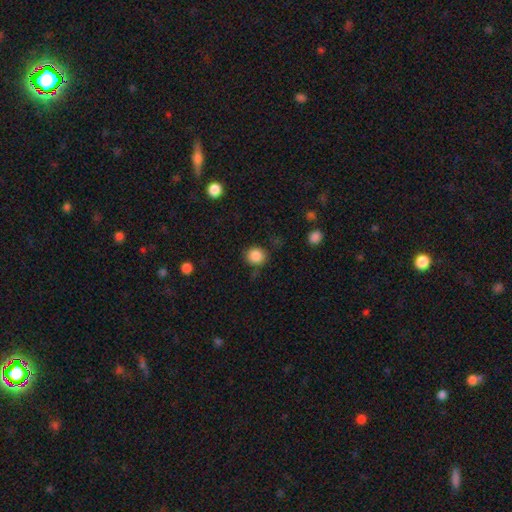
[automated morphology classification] Smooth or featured: smooth — 86% (star or artifact — 10%)
How rounded: round — 86% (in between — 13%)
Merging: none — 82% (minor disturbance — 12%)